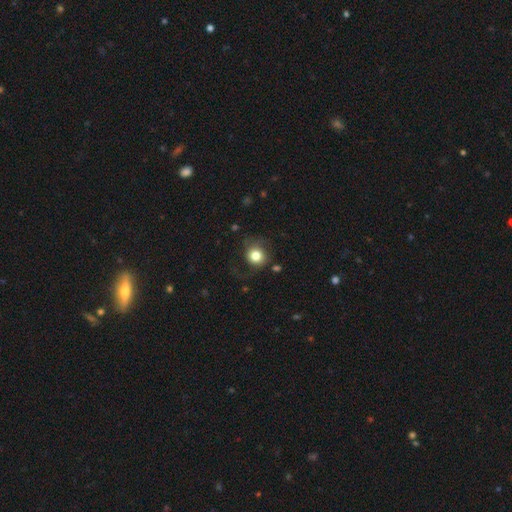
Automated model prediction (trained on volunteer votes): Smooth or featured? Predicted: smooth (p=0.77). How rounded? Predicted: round (p=0.84). Merging? Predicted: none (p=0.63).